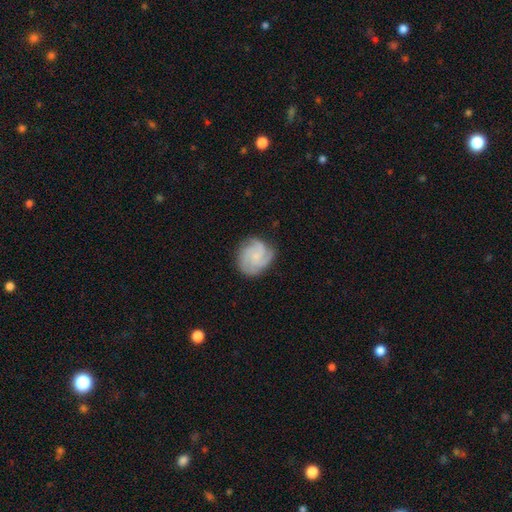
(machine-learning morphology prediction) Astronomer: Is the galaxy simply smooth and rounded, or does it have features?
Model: featured or disk — 75%.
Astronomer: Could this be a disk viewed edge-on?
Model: no — 98%.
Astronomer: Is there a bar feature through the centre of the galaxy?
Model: no — 72%.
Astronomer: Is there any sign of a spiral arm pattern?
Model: yes — 96%.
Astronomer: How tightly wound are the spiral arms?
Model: tight — 52% (runner-up: medium, 39%).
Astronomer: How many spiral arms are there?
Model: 3 — 48%.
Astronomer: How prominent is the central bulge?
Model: small — 54%.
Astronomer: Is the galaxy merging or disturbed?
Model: none — 76%.